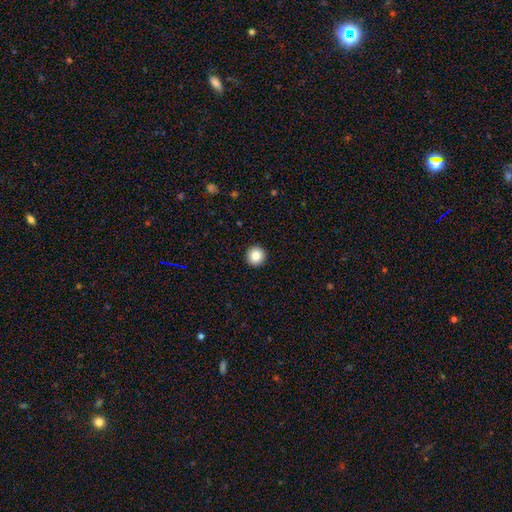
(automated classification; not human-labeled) Q: Smooth or featured?
A: smooth (85%); runner-up: star or artifact (9%)
Q: How rounded?
A: round (95%); runner-up: in between (4%)
Q: Merging?
A: none (94%); runner-up: minor disturbance (4%)